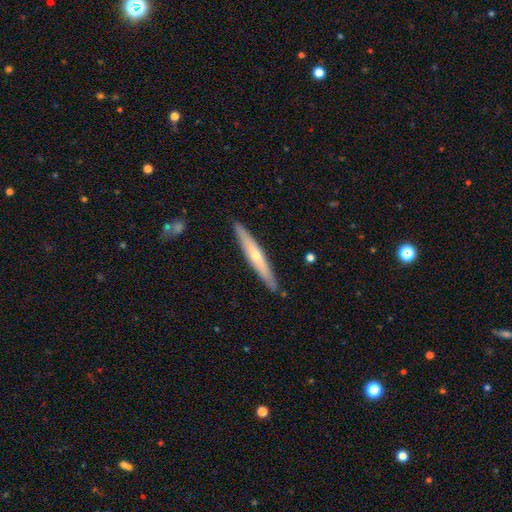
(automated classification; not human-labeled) Overall: featured or disk (55%; smooth 40%). Edge-on disk: yes (92%). Edge-on bulge: rounded (74%). Merging: none (90%).